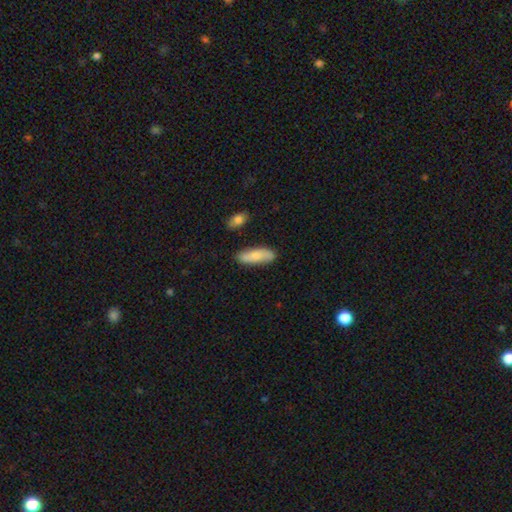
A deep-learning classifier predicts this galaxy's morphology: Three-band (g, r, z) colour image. It shows a smooth galaxy with no disk features (73%) that is in between round and cigar-shaped (61%). Merging: none (78%).